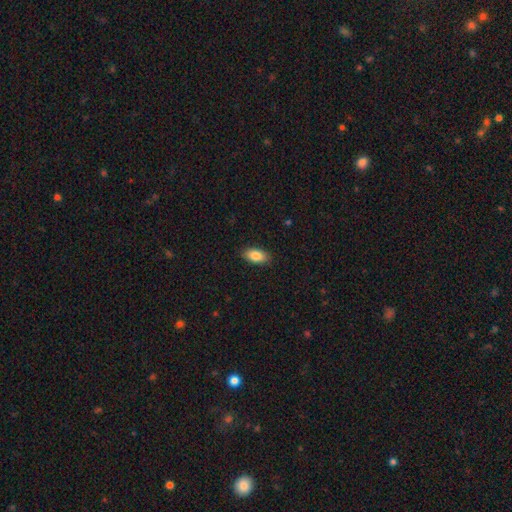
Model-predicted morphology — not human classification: Smooth or featured? Predicted: smooth (p=0.85). How rounded? Predicted: in between (p=0.91). Merging? Predicted: none (p=0.88).